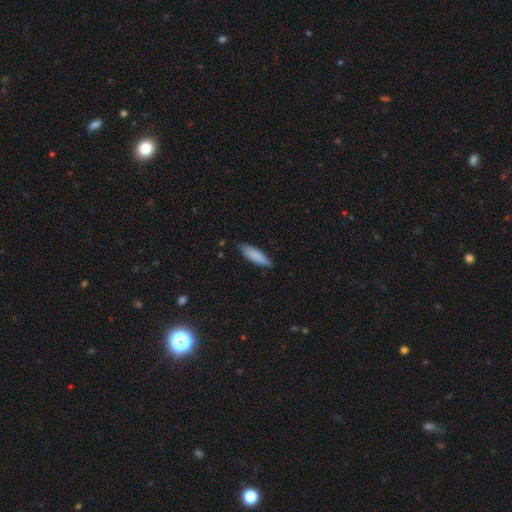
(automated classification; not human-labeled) Overall: smooth (85%). How rounded: cigar-shaped (56%; in between 43%). Merging: none (78%).